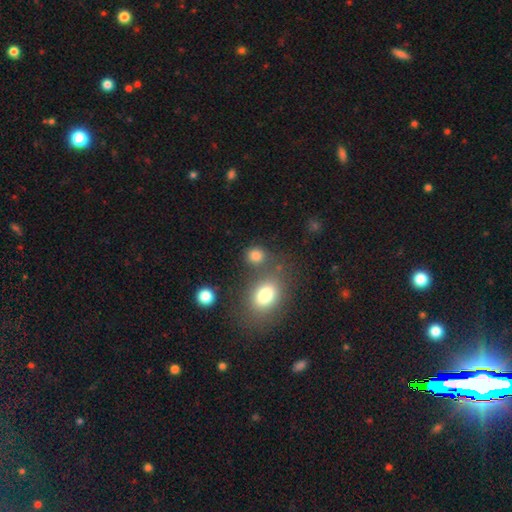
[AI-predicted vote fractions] Morphology: type=smooth (79%); roundness=round (71%); merging=none (66%).